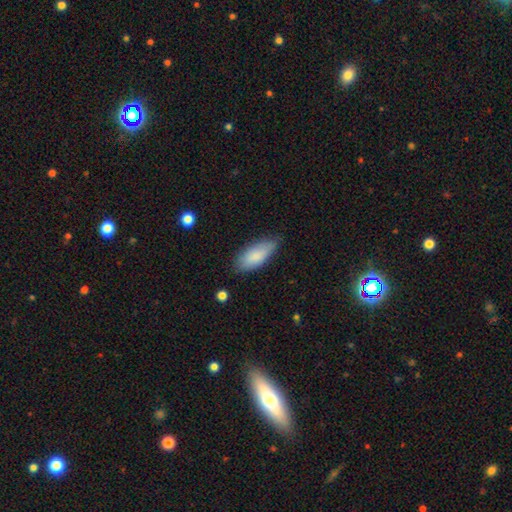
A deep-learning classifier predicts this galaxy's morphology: type=smooth (85%); roundness=in between (79%); merging=none (76%).